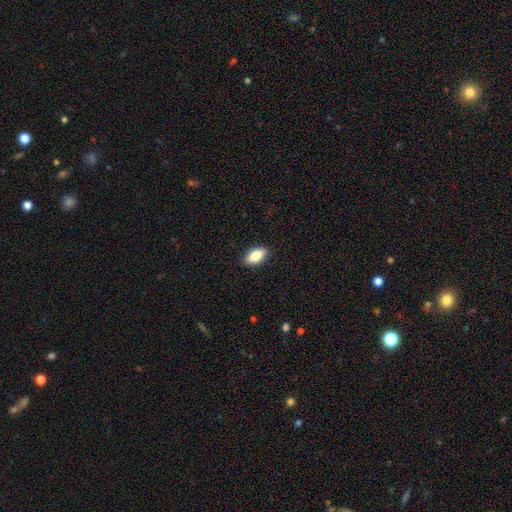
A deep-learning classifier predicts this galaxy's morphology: This is likely a smooth galaxy (75%). How rounded: clearly in between (87%). Merging: clearly none (88%).